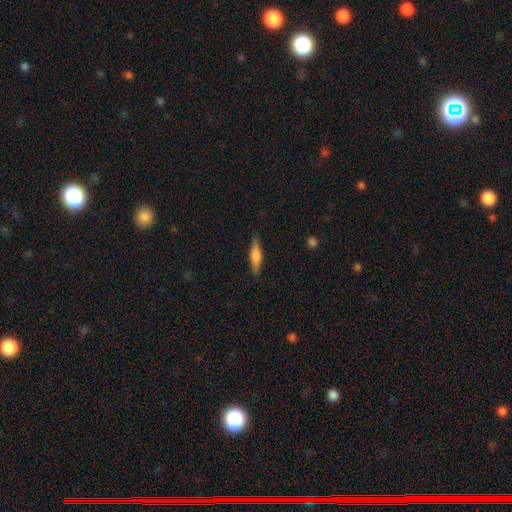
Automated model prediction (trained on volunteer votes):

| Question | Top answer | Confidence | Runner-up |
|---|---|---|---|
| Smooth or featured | smooth | 54% | featured or disk (39%) |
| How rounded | cigar-shaped | 78% | in between (20%) |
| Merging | none | 88% | minor disturbance (9%) |